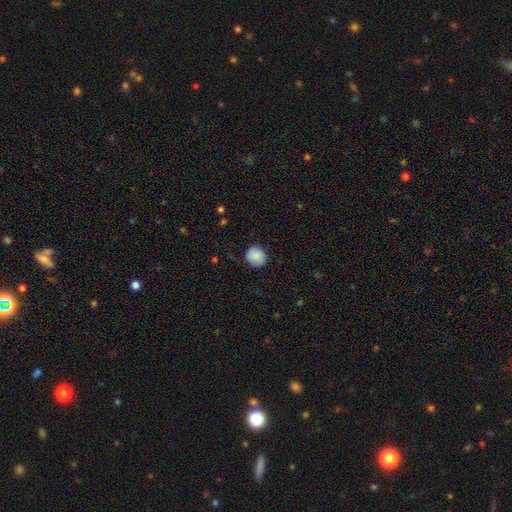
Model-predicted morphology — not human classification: Smooth or featured? Predicted: smooth (p=0.88). How rounded? Predicted: round (p=0.82). Merging? Predicted: none (p=0.84).